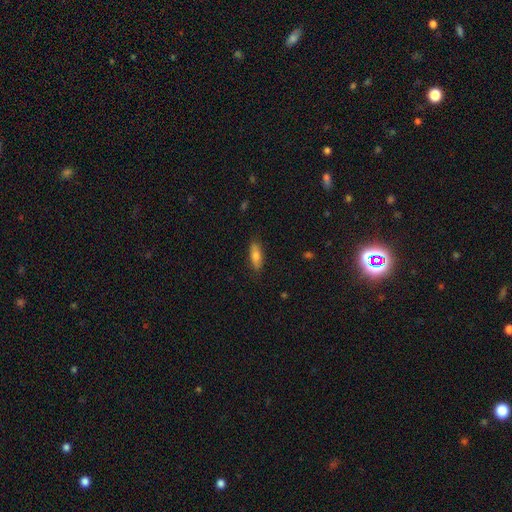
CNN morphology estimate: Smooth or featured?
  - smooth: 75% *
  - featured or disk: 18%
  - star or artifact: 7%
How rounded?
  - in between: 63% *
  - cigar-shaped: 35%
  - round: 2%
Merging?
  - none: 84% *
  - minor disturbance: 13%
  - major disturbance: 2%
  - merger: 1%